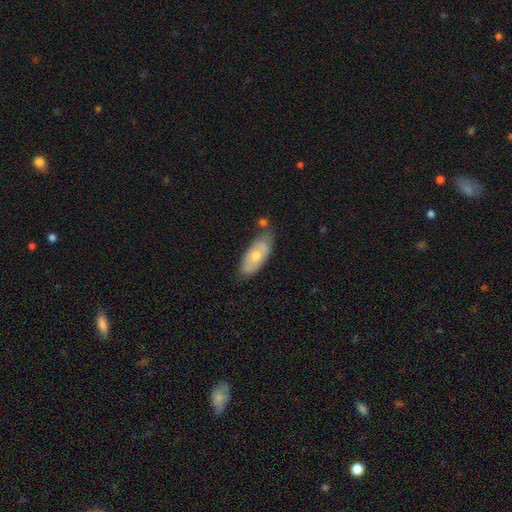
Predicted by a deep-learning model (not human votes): Morphology: type=smooth (53%); roundness=in between (83%); merging=none (65%).